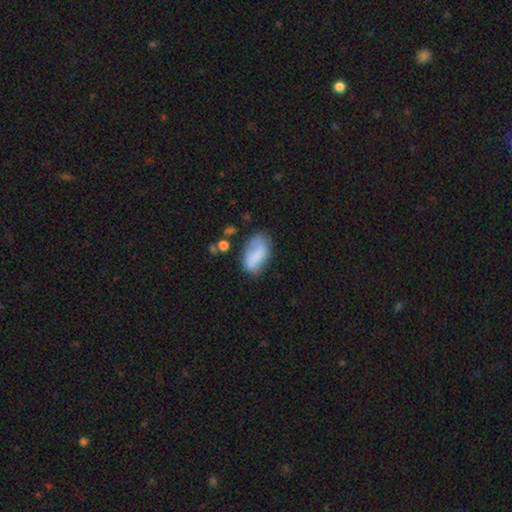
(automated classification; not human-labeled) smooth-or-featured: smooth: 73% | featured or disk: 19% | star or artifact: 8%
  how-rounded: in between: 91% | round: 5% | cigar-shaped: 3%
  merging: none: 52% | minor disturbance: 28% | major disturbance: 13% | merger: 7%